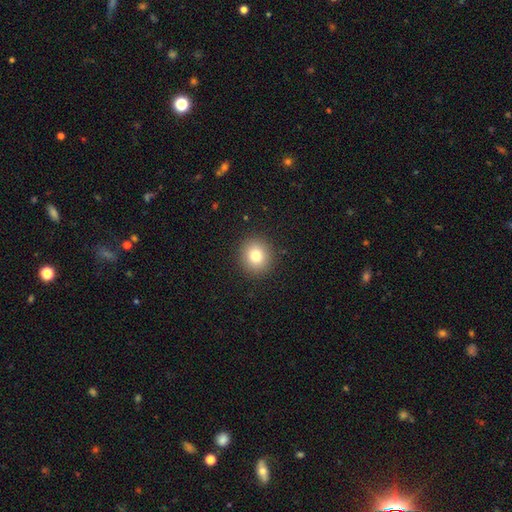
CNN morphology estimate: Smooth or featured? Predicted: smooth (p=0.81). How rounded? Predicted: round (p=0.87). Merging? Predicted: none (p=0.91).